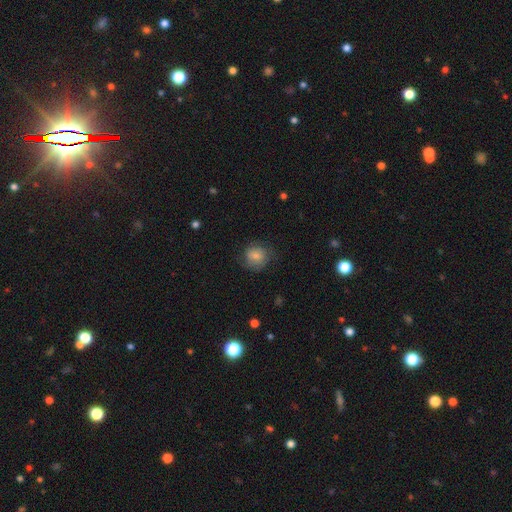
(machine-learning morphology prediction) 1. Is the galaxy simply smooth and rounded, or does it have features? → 76% smooth, 16% featured or disk, 8% star or artifact.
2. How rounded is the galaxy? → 81% round, 18% in between, 1% cigar-shaped.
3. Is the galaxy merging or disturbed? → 70% none, 21% minor disturbance, 9% major disturbance, 1% merger.